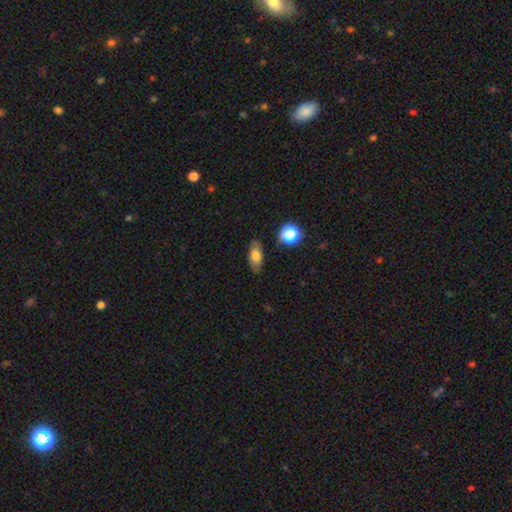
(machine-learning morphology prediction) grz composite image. It shows a smooth galaxy with no disk features (72%) that is in between round and cigar-shaped (83%). Merging: none (82%).